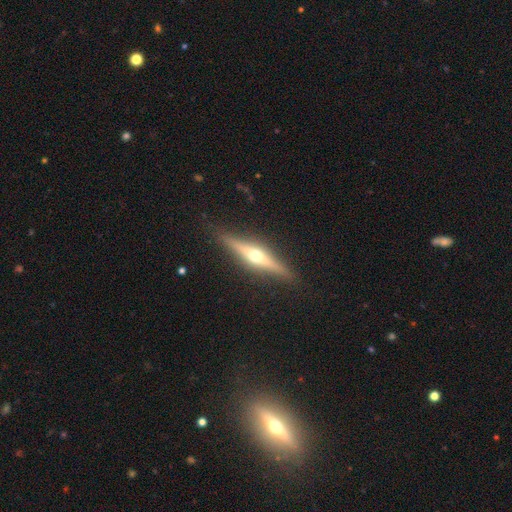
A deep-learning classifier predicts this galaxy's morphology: Smooth or featured? Predicted: featured or disk (p=0.74). Edge-on disk? Predicted: yes (p=0.97). Edge-on bulge? Predicted: rounded (p=0.94). Merging? Predicted: none (p=0.90).